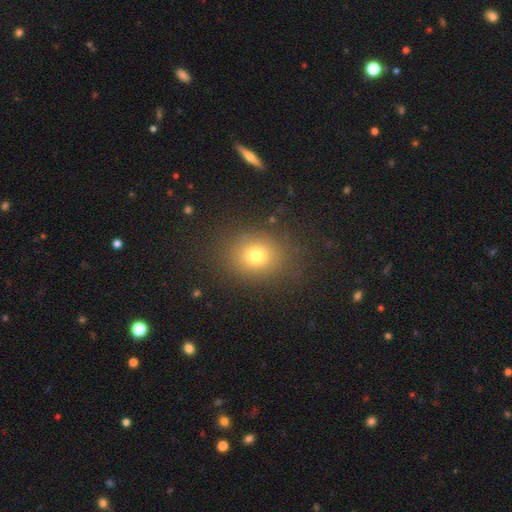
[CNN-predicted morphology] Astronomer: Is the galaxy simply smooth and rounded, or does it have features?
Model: smooth — 74%.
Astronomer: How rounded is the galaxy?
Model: round — 64%.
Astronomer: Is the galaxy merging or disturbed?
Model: none — 84%.